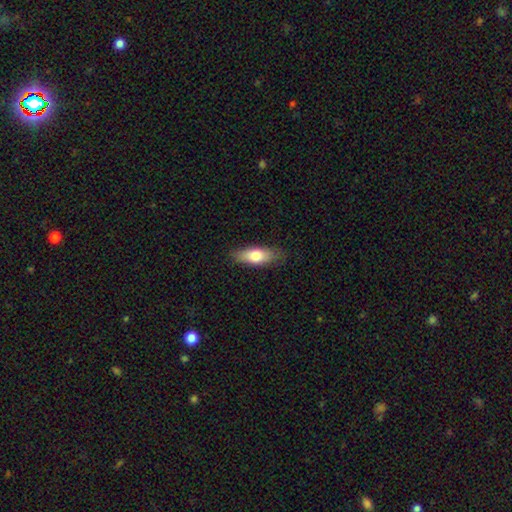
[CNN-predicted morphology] A smooth galaxy with no disk features (74%) that is in between round and cigar-shaped (71%).

Vote fractions:
- Smooth or featured? smooth: 74% / featured or disk: 20% / star or artifact: 6%
- How rounded? in between: 71% / cigar-shaped: 26% / round: 3%
- Merging? none: 82% / minor disturbance: 14% / major disturbance: 3% / merger: 1%